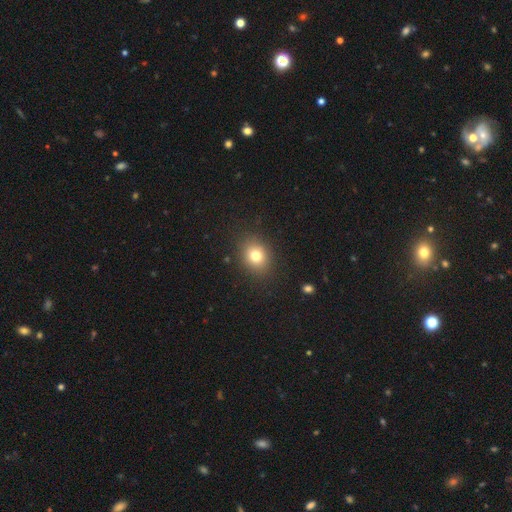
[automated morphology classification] type=smooth (77%); roundness=round (62%); merging=none (87%).